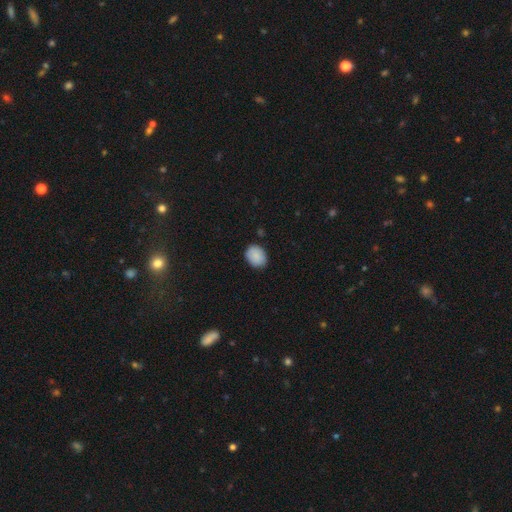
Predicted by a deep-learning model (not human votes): smooth-or-featured: smooth: 89% | star or artifact: 7% | featured or disk: 4%
  how-rounded: in between: 56% | round: 44% | cigar-shaped: 1%
  merging: none: 84% | minor disturbance: 12% | major disturbance: 2% | merger: 1%